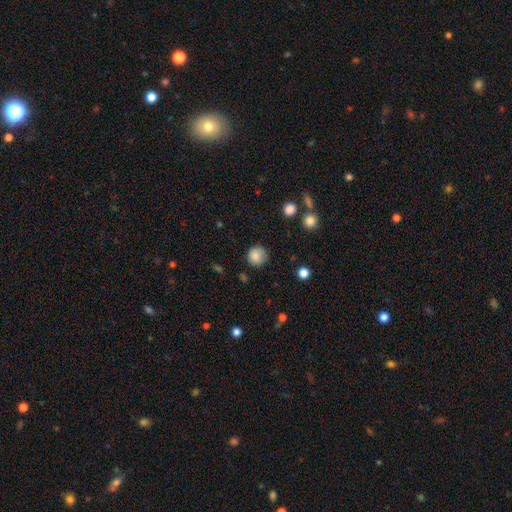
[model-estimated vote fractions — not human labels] Morphology: type=smooth (85%); roundness=round (92%); merging=none (84%).